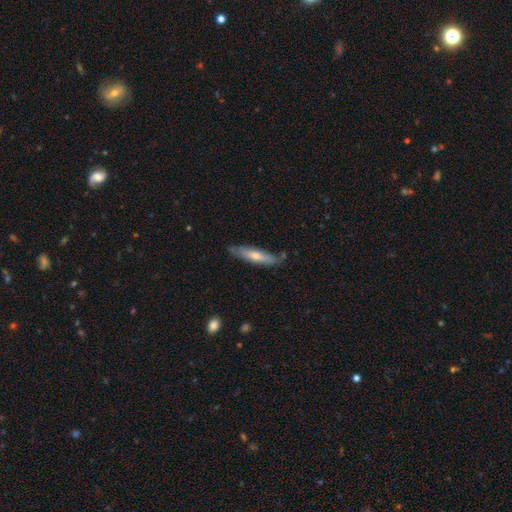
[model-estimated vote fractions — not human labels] smooth-or-featured: smooth: 48% | featured or disk: 46% | star or artifact: 6%
  merging: none: 78% | minor disturbance: 17% | major disturbance: 3% | merger: 2%